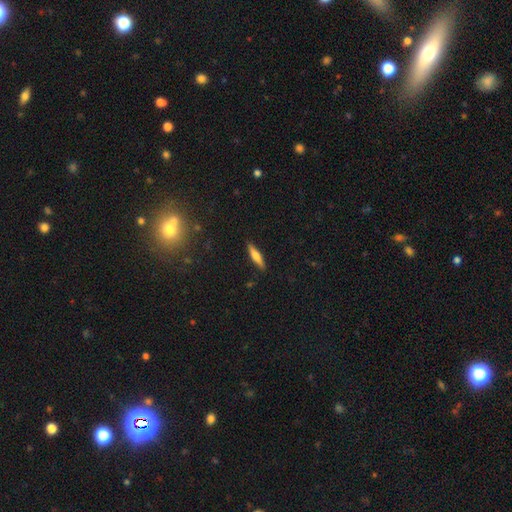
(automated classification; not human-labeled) Smooth or featured: smooth — 58% (featured or disk — 35%)
How rounded: cigar-shaped — 80% (in between — 19%)
Merging: none — 89% (minor disturbance — 8%)